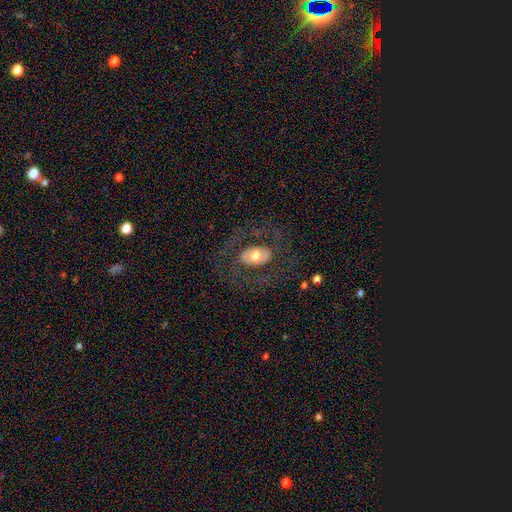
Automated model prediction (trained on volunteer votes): featured or disk 55%, smooth 38%, star or artifact 7%. Down the decision tree: edge-on disk — no (92%); bar — no (72%); spiral arms — no (55%); bulge size — moderate (63%); merging — none (71%).